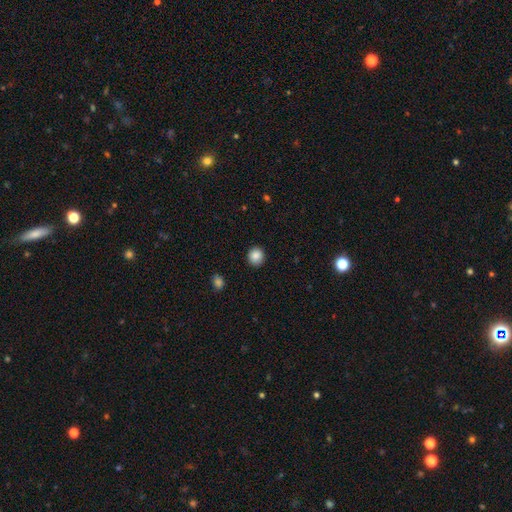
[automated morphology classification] Overall: smooth (87%). How rounded: round (86%). Merging: none (91%).